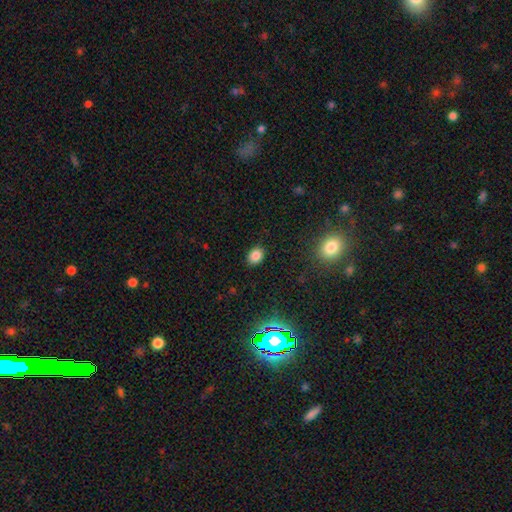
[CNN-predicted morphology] Smooth or featured?
  - smooth: 82% *
  - star or artifact: 12%
  - featured or disk: 6%
How rounded?
  - in between: 63% *
  - round: 36%
  - cigar-shaped: 1%
Merging?
  - none: 87% *
  - minor disturbance: 9%
  - major disturbance: 2%
  - merger: 1%